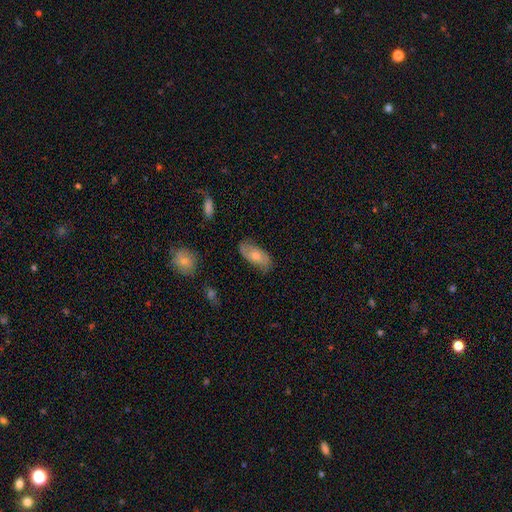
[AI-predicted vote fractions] smooth_or_featured: smooth (p=0.59) [alt: featured or disk p=0.34]
how_rounded: in between (p=0.90) [alt: cigar-shaped p=0.07]
merging: none (p=0.73) [alt: minor disturbance p=0.20]